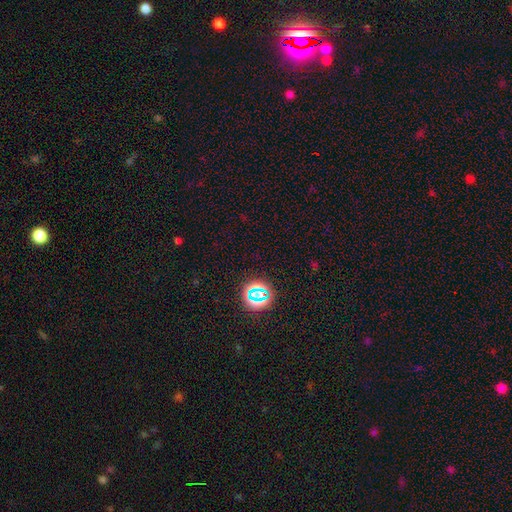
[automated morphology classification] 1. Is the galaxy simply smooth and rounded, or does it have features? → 69% star or artifact, 22% smooth, 9% featured or disk.